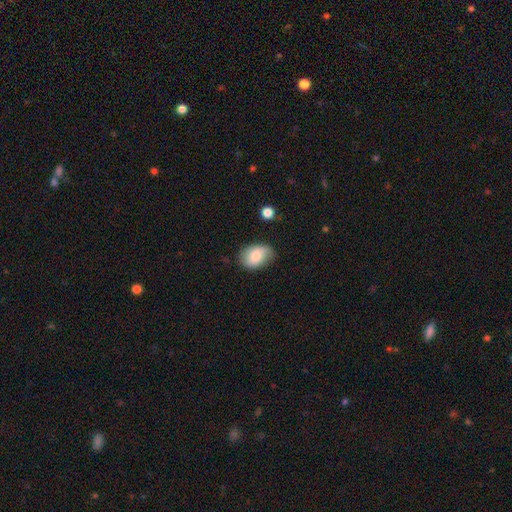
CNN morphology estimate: This appears to be a smooth galaxy with no disk features (74%) that is in between round and cigar-shaped (81%). Merging: none (64%).